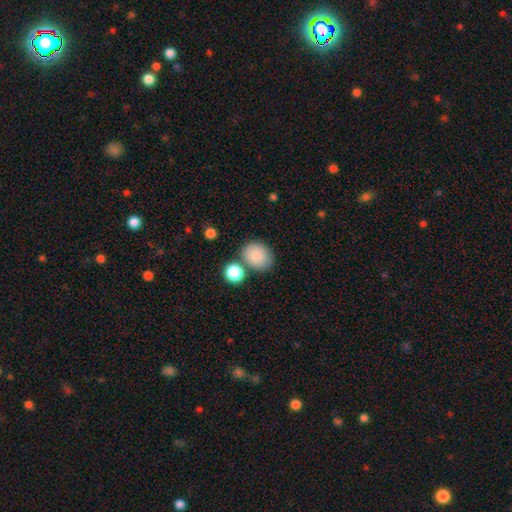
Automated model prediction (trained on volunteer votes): A smooth galaxy with no disk features (85%) that is round (53%). Merging: none (69%).